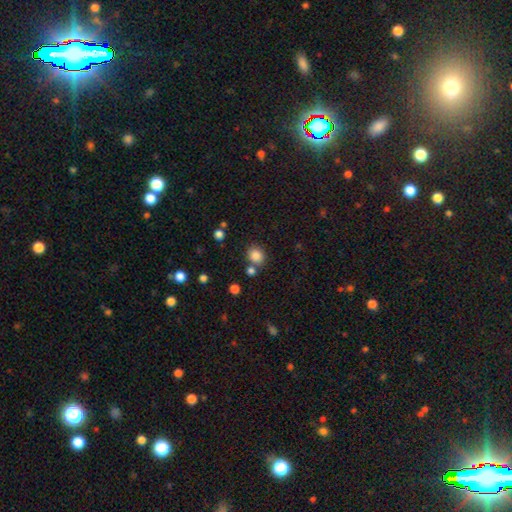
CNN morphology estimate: Smooth or featured? Predicted: smooth (p=0.84). How rounded? Predicted: round (p=0.76). Merging? Predicted: none (p=0.74).